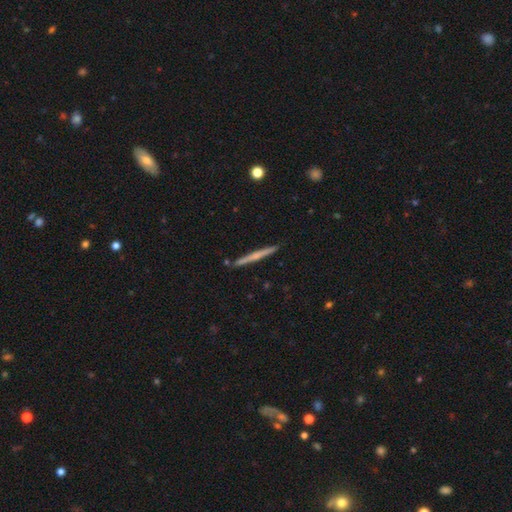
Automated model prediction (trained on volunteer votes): A featured or disk galaxy (50%) viewed edge-on (98%).

Vote fractions:
- Smooth or featured? featured or disk: 50% / smooth: 44% / star or artifact: 6%
- Edge-on disk? yes: 98% / no: 2%
- Merging? none: 91% / minor disturbance: 6% / merger: 2% / major disturbance: 1%